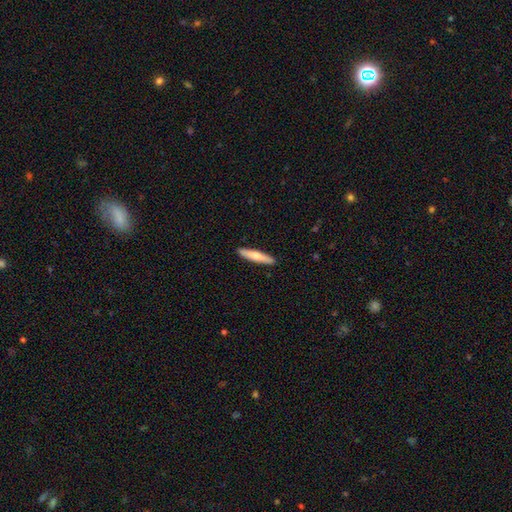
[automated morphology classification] A smooth galaxy with no disk features (73%) that is cigar-shaped (89%). Merging: none (91%).